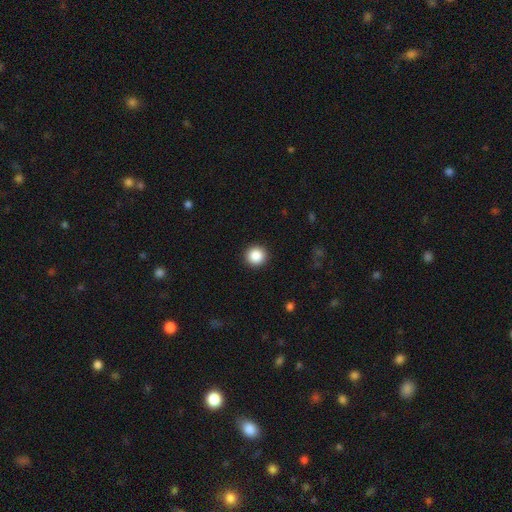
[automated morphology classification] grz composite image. It shows a smooth galaxy with no disk features (88%) that is round (95%). Merging: none (92%).